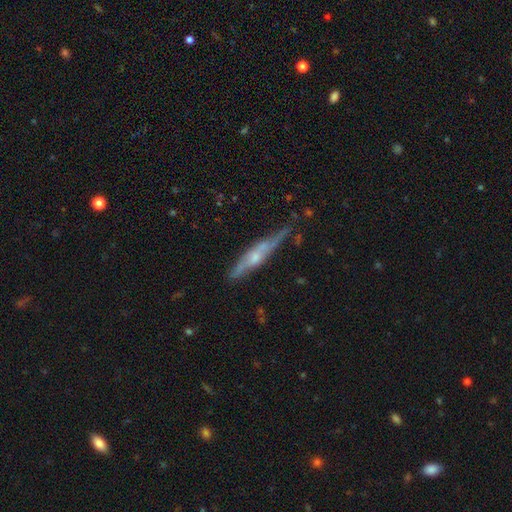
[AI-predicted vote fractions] A featured or disk galaxy (67%) viewed edge-on (88%) with a rounded central bulge (69%). Merging: none (66%).